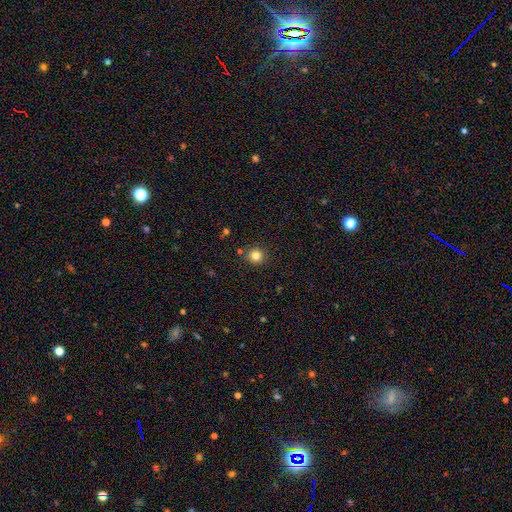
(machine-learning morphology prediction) A smooth galaxy with no disk features (83%) that is round (94%).

Vote fractions:
- Smooth or featured? smooth: 83% / star or artifact: 13% / featured or disk: 5%
- How rounded? round: 94% / in between: 5% / cigar-shaped: 1%
- Merging? none: 89% / minor disturbance: 6% / merger: 3% / major disturbance: 2%